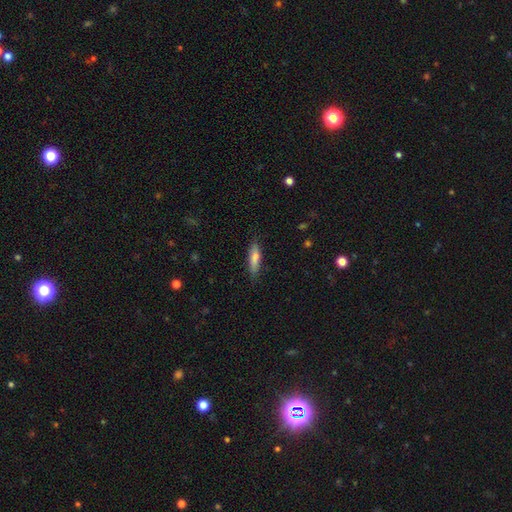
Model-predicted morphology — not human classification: This is likely a smooth galaxy (68%). How rounded: likely cigar-shaped (69%). Merging: clearly none (84%).